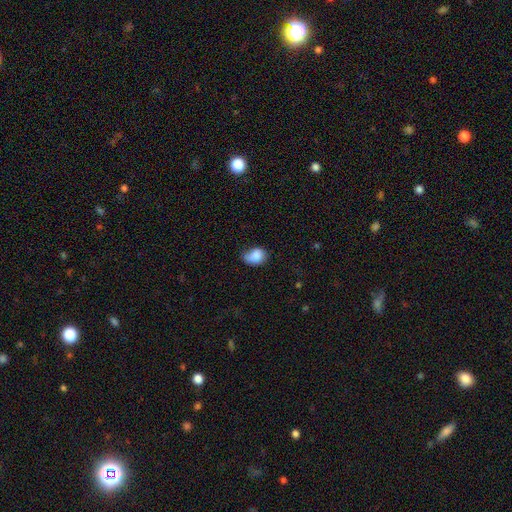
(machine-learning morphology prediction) smooth 84%, featured or disk 8%, star or artifact 8%. Down the decision tree: how rounded — in between (67%); merging — minor disturbance (42%, tied with none).